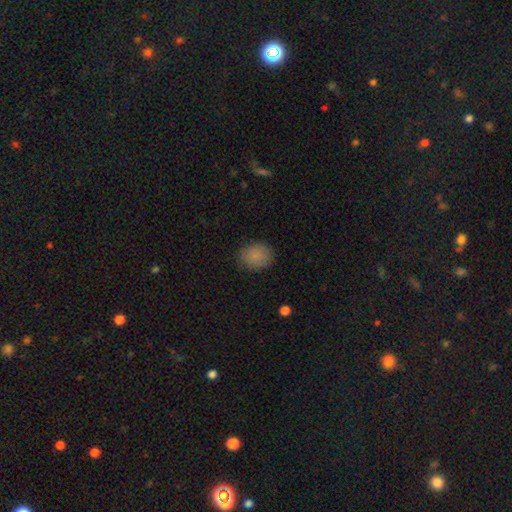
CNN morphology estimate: This is clearly a smooth galaxy (86%). How rounded: possibly round (56%). Merging: clearly none (85%).